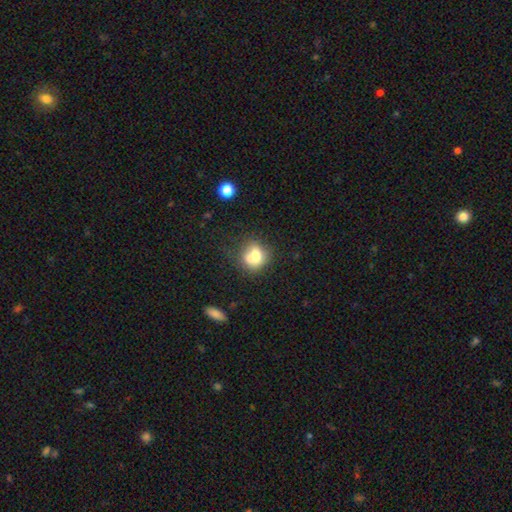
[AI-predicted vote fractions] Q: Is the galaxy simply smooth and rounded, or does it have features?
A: smooth — 70%.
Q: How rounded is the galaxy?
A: round — 74%.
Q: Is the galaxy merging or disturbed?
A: none — 51%.